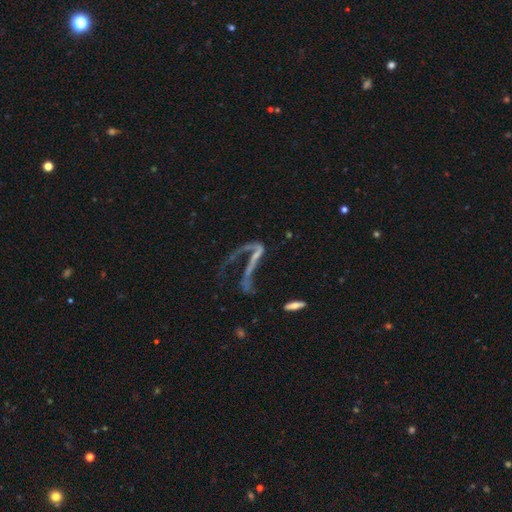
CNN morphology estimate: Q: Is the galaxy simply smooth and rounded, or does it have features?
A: featured or disk — 71%.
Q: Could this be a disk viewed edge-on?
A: no — 84%.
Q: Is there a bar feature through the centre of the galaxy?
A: no — 52%.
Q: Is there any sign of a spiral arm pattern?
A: yes — 56%.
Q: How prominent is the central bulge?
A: none — 57%.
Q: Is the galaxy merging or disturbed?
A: major disturbance — 48%.